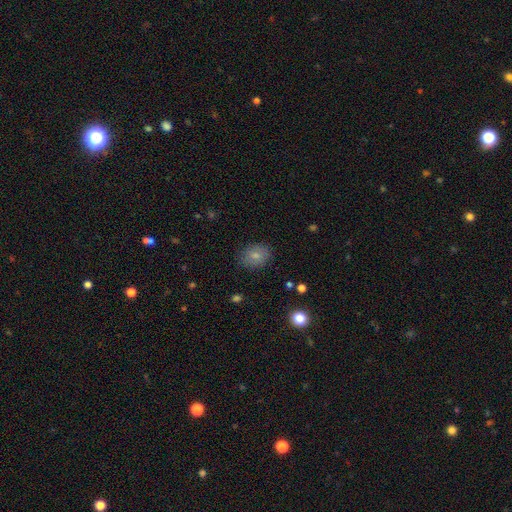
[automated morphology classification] Smooth or featured: smooth — 80% (featured or disk — 11%)
How rounded: in between — 59% (round — 40%)
Merging: none — 83% (minor disturbance — 12%)